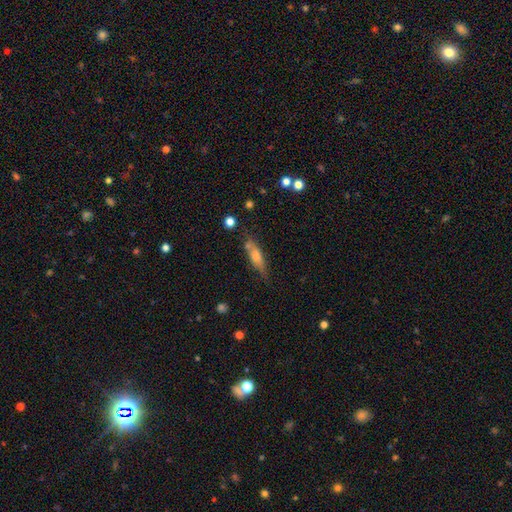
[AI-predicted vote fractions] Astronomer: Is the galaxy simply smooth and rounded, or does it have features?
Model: smooth — 65%.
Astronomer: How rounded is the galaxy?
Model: cigar-shaped — 57% (runner-up: in between, 40%).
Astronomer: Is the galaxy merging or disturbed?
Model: none — 60%.